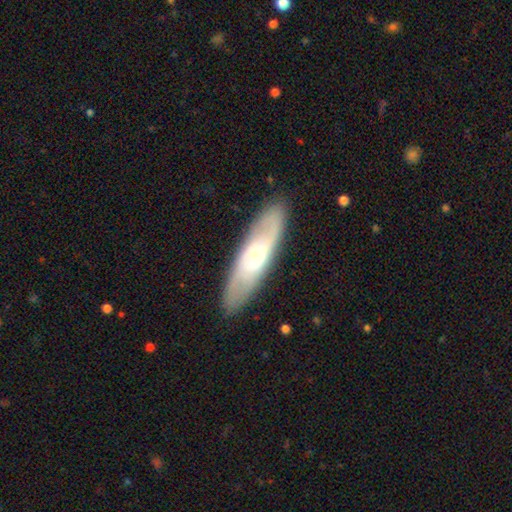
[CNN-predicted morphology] smooth_or_featured: featured or disk (p=0.56) [alt: smooth p=0.37]
disk_edge_on: no (p=0.66) [alt: yes p=0.34]
merging: none (p=0.86) [alt: minor disturbance p=0.10]